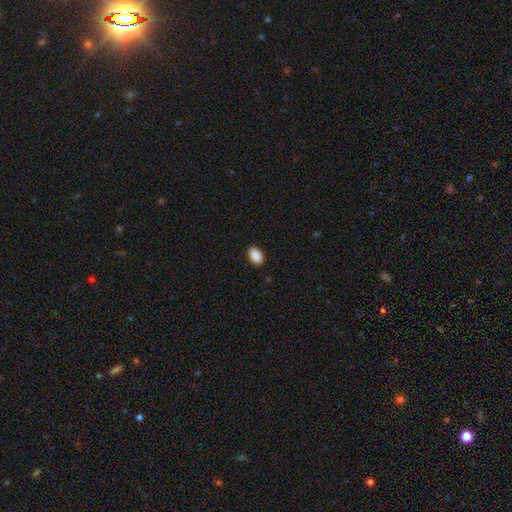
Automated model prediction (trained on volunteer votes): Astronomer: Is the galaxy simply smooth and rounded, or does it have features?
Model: smooth — 90%.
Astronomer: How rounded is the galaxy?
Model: in between — 91%.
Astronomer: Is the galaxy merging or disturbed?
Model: none — 89%.